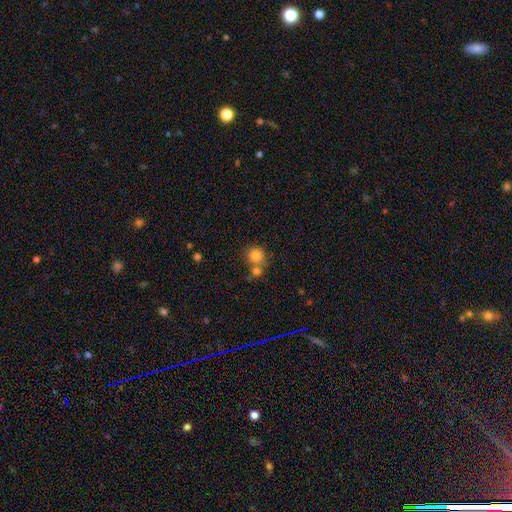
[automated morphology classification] Smooth or featured: smooth — 82% (star or artifact — 11%)
How rounded: round — 87% (in between — 12%)
Merging: none — 54% (merger — 33%)